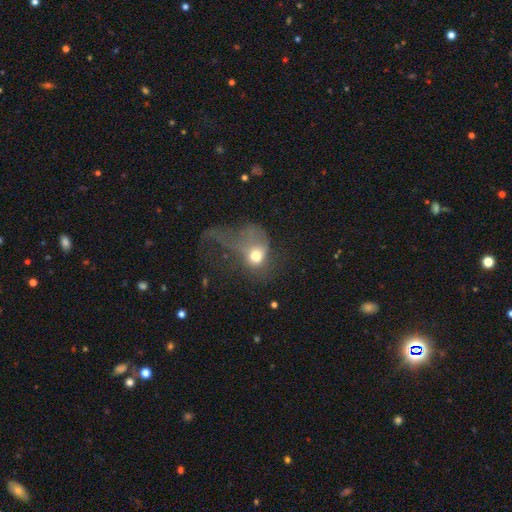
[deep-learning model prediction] Q: Smooth or featured?
A: smooth (57%); runner-up: featured or disk (31%)
Q: How rounded?
A: round (53%); runner-up: in between (45%)
Q: Merging?
A: major disturbance (70%); runner-up: none (12%)